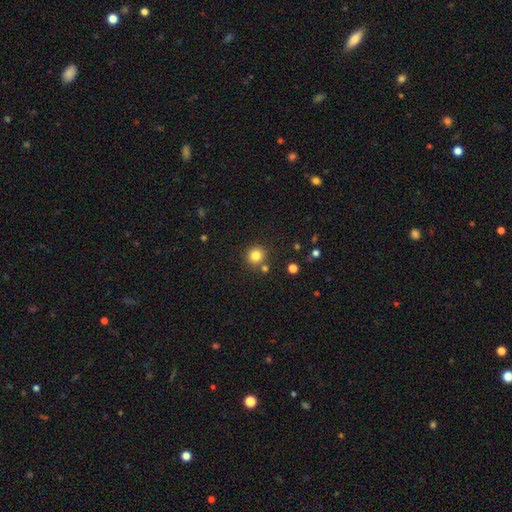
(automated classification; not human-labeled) smooth_or_featured: smooth (p=0.82) [alt: star or artifact p=0.12]
how_rounded: round (p=0.92) [alt: in between p=0.07]
merging: none (p=0.82) [alt: merger p=0.08]